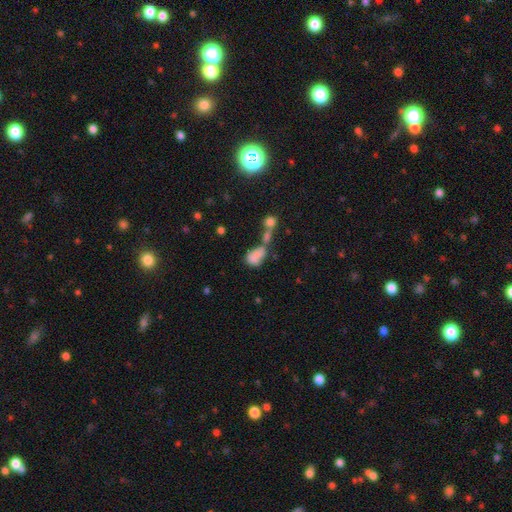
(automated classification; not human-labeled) Q: Smooth or featured?
A: smooth (69%); runner-up: featured or disk (18%)
Q: How rounded?
A: in between (80%); runner-up: round (17%)
Q: Merging?
A: merger (49%); runner-up: none (20%)